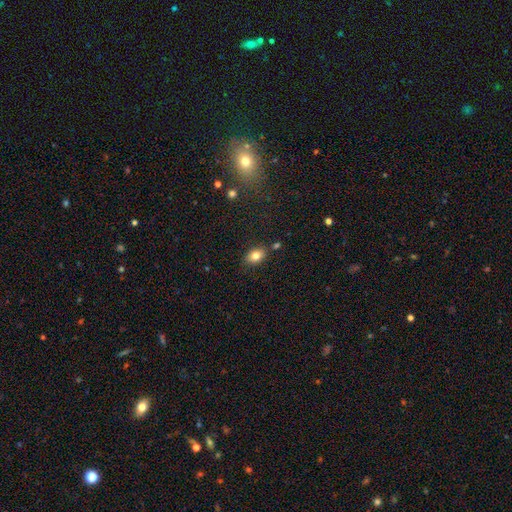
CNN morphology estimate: smooth_or_featured: smooth (p=0.81) [alt: star or artifact p=0.10]
how_rounded: in between (p=0.79) [alt: round p=0.19]
merging: none (p=0.78) [alt: minor disturbance p=0.14]